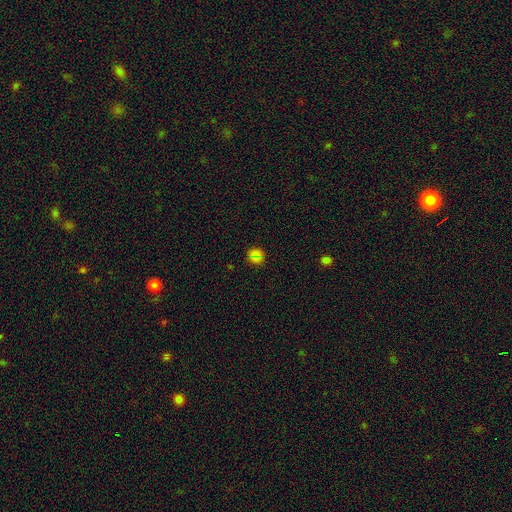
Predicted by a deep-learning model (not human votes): Smooth or featured: smooth — 73% (star or artifact — 19%)
How rounded: round — 89% (in between — 10%)
Merging: none — 81% (minor disturbance — 11%)